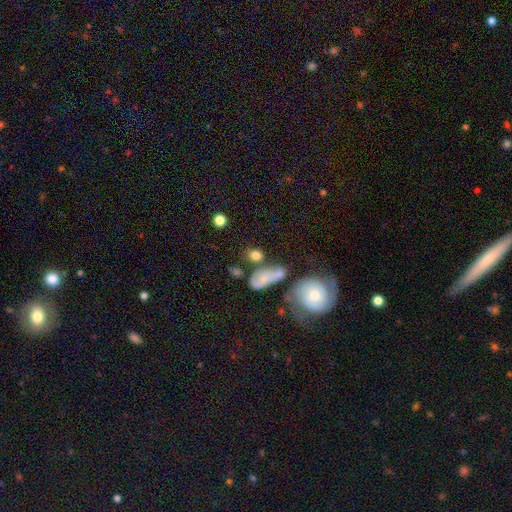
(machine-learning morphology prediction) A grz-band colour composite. It shows a smooth galaxy with no disk features (75%) that is in between round and cigar-shaped (50%). Merging: none (51%).